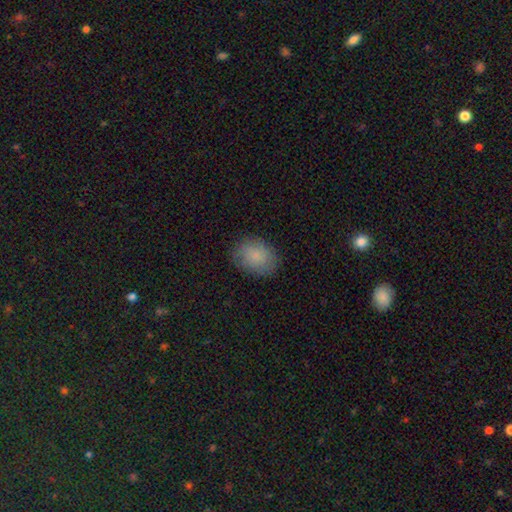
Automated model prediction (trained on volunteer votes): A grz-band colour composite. It shows a smooth galaxy with no disk features (85%) that is in between round and cigar-shaped (65%). Merging: none (82%).